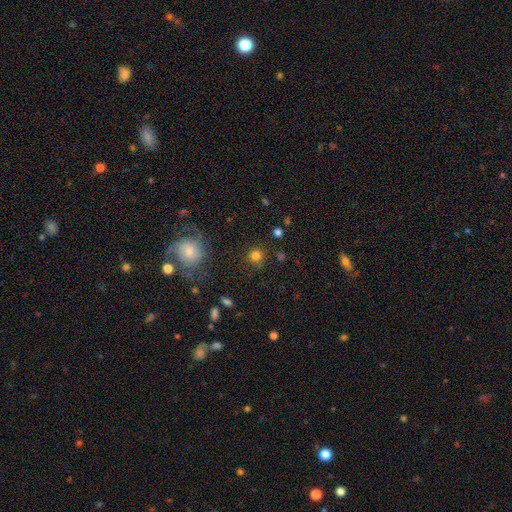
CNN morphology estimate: smooth 80%, star or artifact 15%, featured or disk 6%. Down the decision tree: how rounded — round (92%); merging — none (86%).